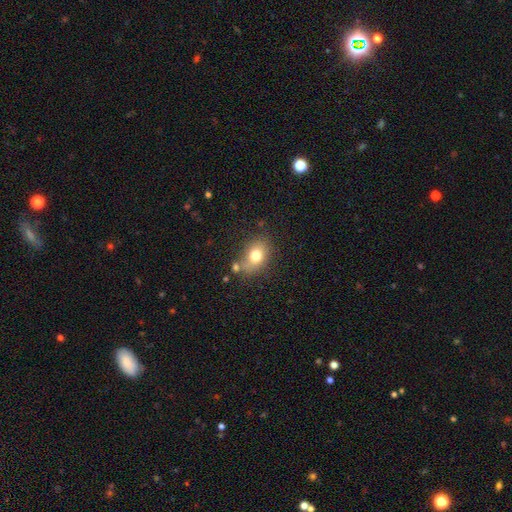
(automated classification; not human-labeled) Smooth or featured?
  - smooth: 75% *
  - featured or disk: 14%
  - star or artifact: 11%
How rounded?
  - in between: 68% *
  - round: 30%
  - cigar-shaped: 1%
Merging?
  - none: 65% *
  - minor disturbance: 18%
  - merger: 10%
  - major disturbance: 6%